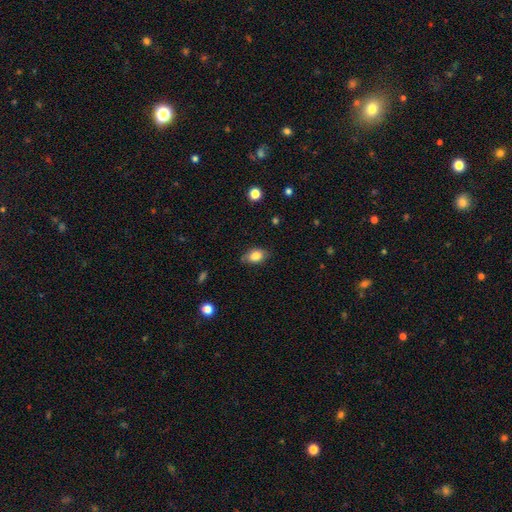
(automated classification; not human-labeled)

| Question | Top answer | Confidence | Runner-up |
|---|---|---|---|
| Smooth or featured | smooth | 80% | featured or disk (12%) |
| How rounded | in between | 84% | round (14%) |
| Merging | none | 76% | minor disturbance (19%) |